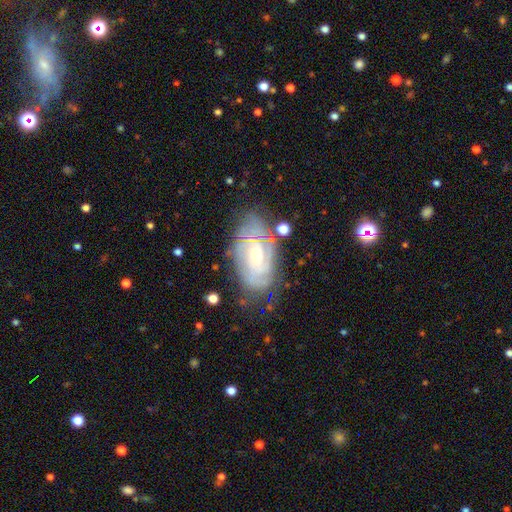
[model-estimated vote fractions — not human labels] A featured or disk galaxy (83%) with no bar (57%), tight (71%) spiral arms (94%) and a small central bulge (53%). Merging: none (68%).